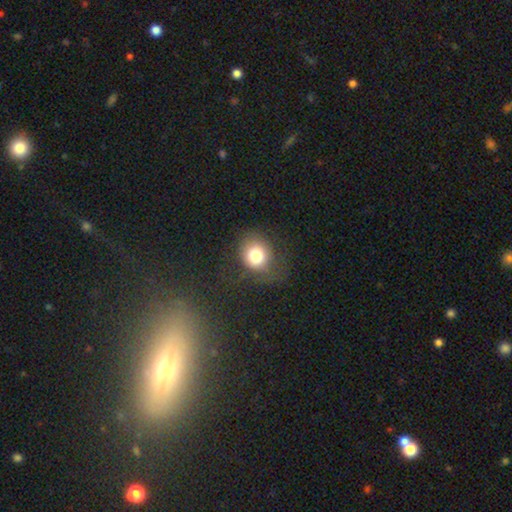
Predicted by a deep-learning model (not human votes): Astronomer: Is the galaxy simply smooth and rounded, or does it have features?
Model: smooth — 77%.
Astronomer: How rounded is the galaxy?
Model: round — 76%.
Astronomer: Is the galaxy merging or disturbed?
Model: none — 67%.